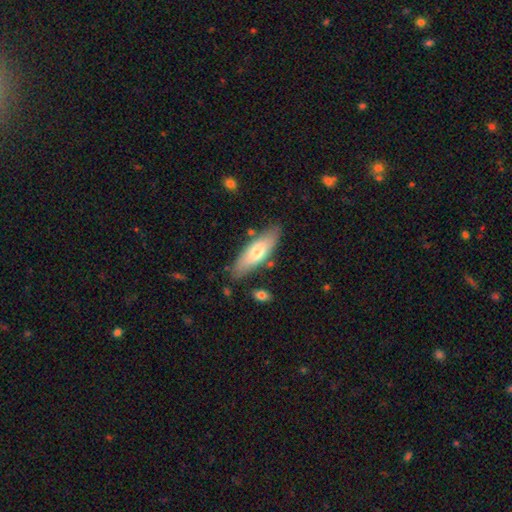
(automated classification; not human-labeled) This is likely a smooth galaxy (66%). How rounded: possibly in between (53%). Merging: clearly none (81%).